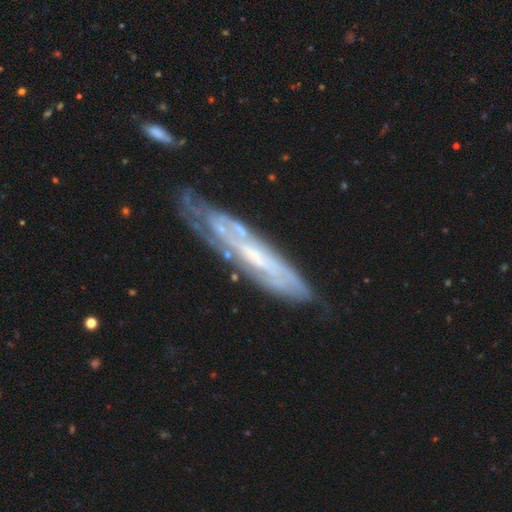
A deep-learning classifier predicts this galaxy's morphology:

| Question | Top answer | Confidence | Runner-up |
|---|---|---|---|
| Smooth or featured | featured or disk | 76% | smooth (17%) |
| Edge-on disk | no | 59% | yes (41%) |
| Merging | none | 66% | minor disturbance (22%) |